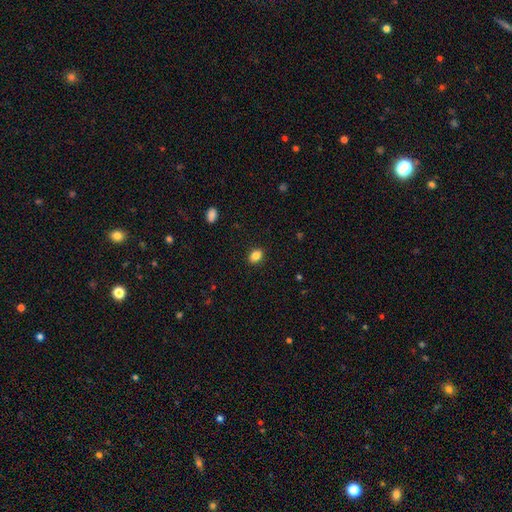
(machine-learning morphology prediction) smooth-or-featured: smooth: 86% | star or artifact: 10% | featured or disk: 5%
  how-rounded: in between: 70% | round: 28% | cigar-shaped: 1%
  merging: none: 90% | minor disturbance: 7% | major disturbance: 2% | merger: 1%